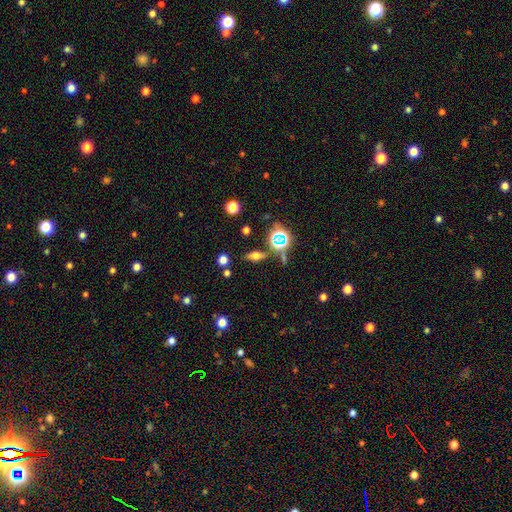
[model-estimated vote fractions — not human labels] Smooth or featured?
  - smooth: 43% *
  - featured or disk: 32%
  - star or artifact: 25%
Merging?
  - none: 78% *
  - minor disturbance: 12%
  - merger: 6%
  - major disturbance: 5%